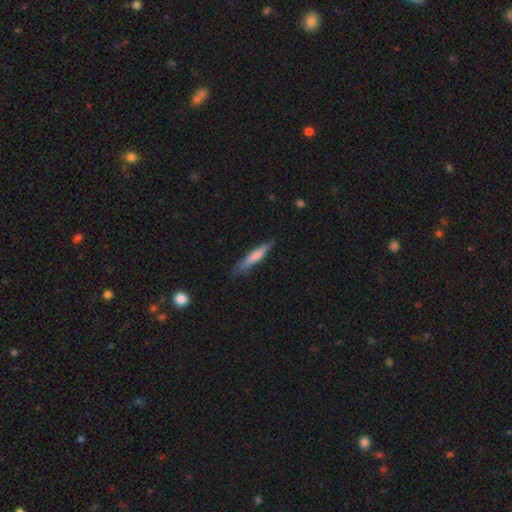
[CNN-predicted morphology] The model was most divided on "smooth or featured": smooth: 57%, featured or disk: 37%, star or artifact: 6%. More confident: how rounded — cigar-shaped (93%); merging — none (80%).